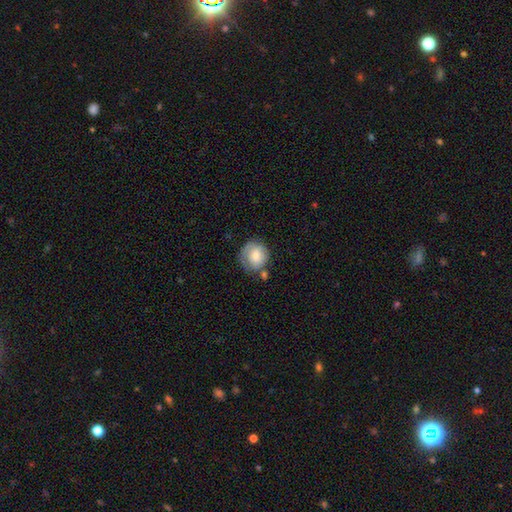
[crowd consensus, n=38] This appears to be a smooth galaxy with no disk features (63%) that is round (83%). Merging: none (59%).